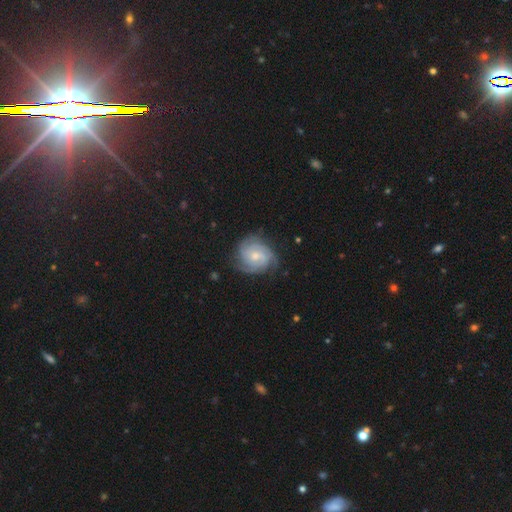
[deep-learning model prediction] Smooth or featured? featured or disk (81%)
Edge-on disk? no (98%)
Bar? no (67%)
Spiral arms? yes (96%)
Spiral winding? tight (68%)
Spiral arm count? 3 (30%)
Bulge size? moderate (48%)
Merging? none (73%)